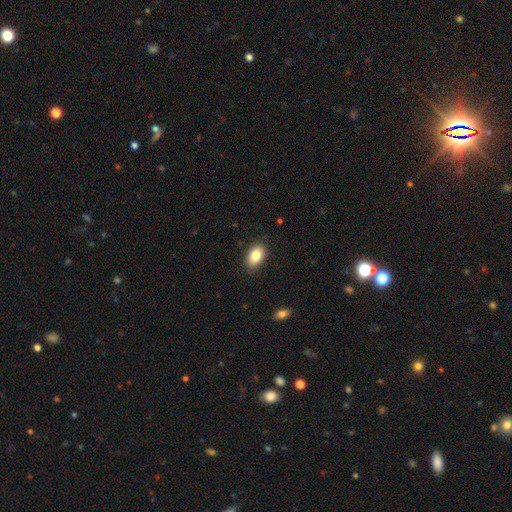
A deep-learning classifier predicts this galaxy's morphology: Smooth or featured: smooth — 84% (featured or disk — 8%)
How rounded: in between — 90% (round — 9%)
Merging: none — 86% (minor disturbance — 11%)